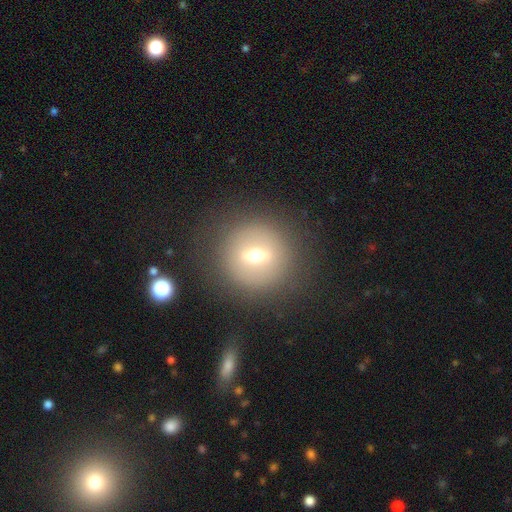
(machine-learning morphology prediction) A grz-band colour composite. It shows a smooth galaxy with no disk features (48%). Merging: none (86%).